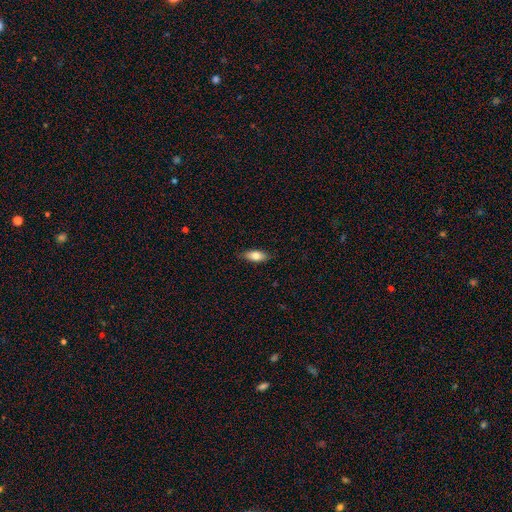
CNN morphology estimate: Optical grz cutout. It shows a smooth galaxy with no disk features (77%) that is in between round and cigar-shaped (80%). Merging: none (85%).